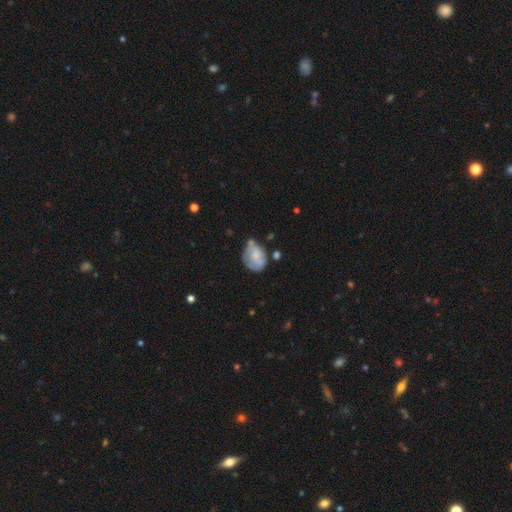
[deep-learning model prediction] Smooth or featured: smooth — 63% (featured or disk — 29%)
How rounded: in between — 65% (round — 34%)
Merging: minor disturbance — 38% (none — 37%)